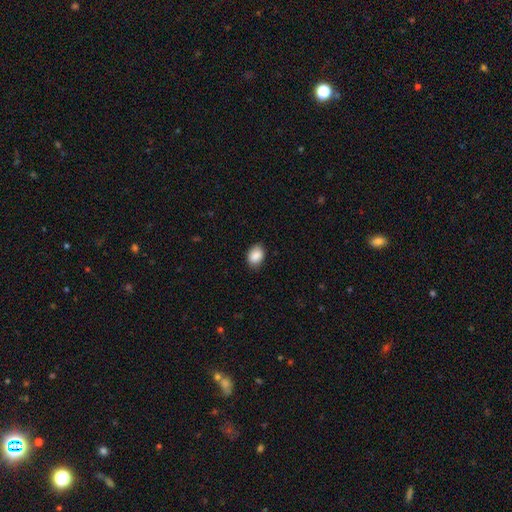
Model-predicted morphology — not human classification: Smooth or featured: smooth — 89% (star or artifact — 7%)
How rounded: in between — 77% (round — 22%)
Merging: none — 82% (minor disturbance — 14%)